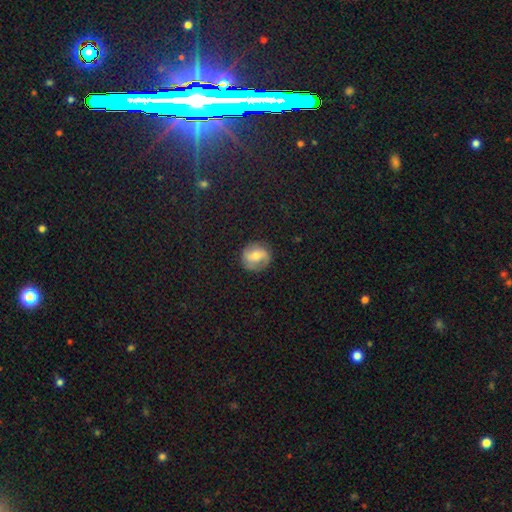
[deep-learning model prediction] A smooth galaxy with no disk features (46%). Merging: none (83%).